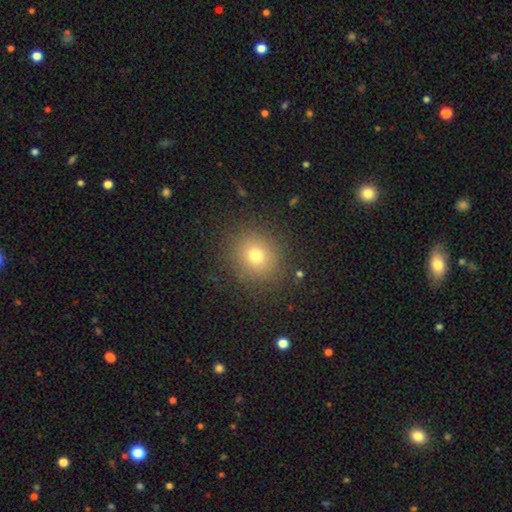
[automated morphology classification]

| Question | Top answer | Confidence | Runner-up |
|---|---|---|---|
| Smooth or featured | smooth | 73% | star or artifact (17%) |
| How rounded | round | 86% | in between (13%) |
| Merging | none | 87% | minor disturbance (8%) |